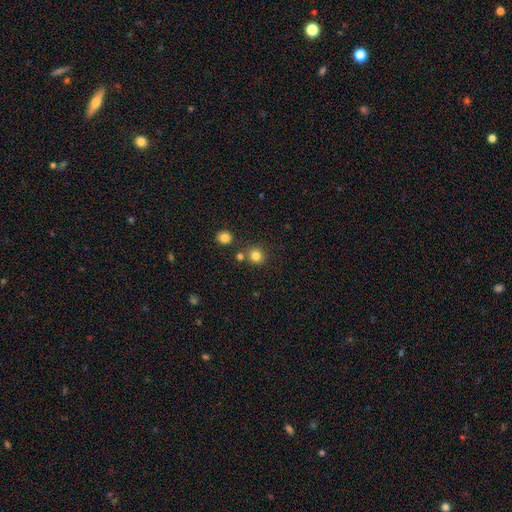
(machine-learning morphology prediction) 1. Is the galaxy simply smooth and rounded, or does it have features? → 81% smooth, 13% star or artifact, 6% featured or disk.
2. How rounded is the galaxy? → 90% round, 9% in between, 1% cigar-shaped.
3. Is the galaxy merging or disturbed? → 77% none, 12% merger, 8% minor disturbance, 3% major disturbance.